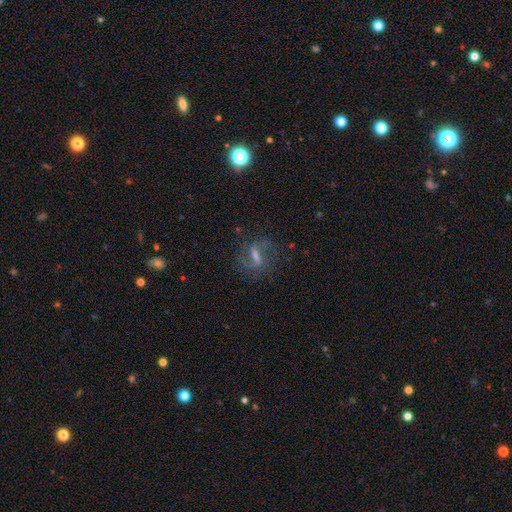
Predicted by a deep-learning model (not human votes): Smooth or featured? featured or disk (63%)
Edge-on disk? no (86%)
Bar? strong (48%)
Spiral arms? yes (78%)
Bulge size? small (35%)
Merging? none (70%)